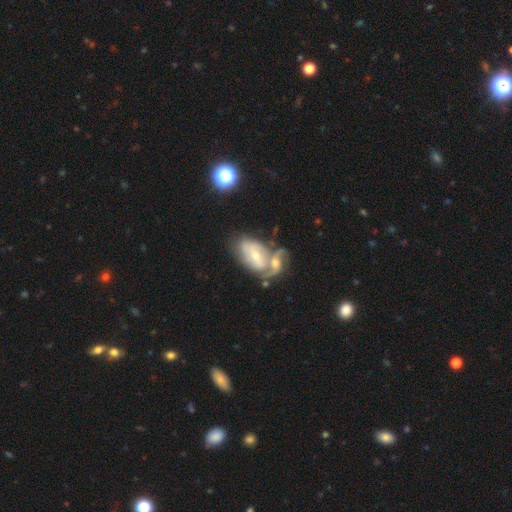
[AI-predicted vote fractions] smooth_or_featured: featured or disk (p=0.62) [alt: smooth p=0.31]
disk_edge_on: no (p=0.93) [alt: yes p=0.07]
bar: no (p=0.47) [alt: weak p=0.38]
has_spiral_arms: yes (p=0.73) [alt: no p=0.27]
bulge_size: small (p=0.51) [alt: moderate p=0.44]
merging: merger (p=0.63) [alt: none p=0.20]